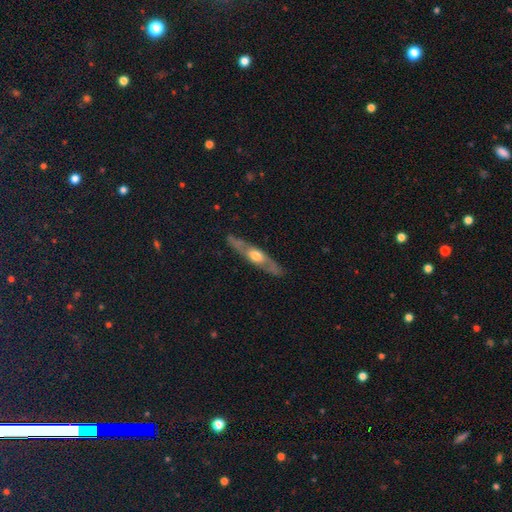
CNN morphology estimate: Q: Smooth or featured?
A: featured or disk (66%); runner-up: smooth (30%)
Q: Edge-on disk?
A: yes (68%); runner-up: no (32%)
Q: Merging?
A: none (84%); runner-up: minor disturbance (12%)